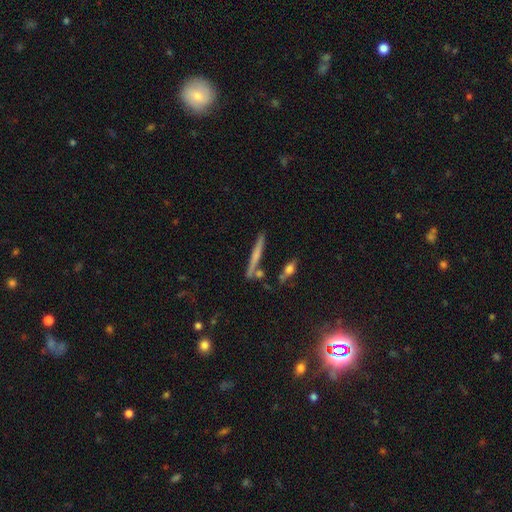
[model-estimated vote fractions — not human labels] Smooth or featured? featured or disk (48%)
Merging? none (81%)